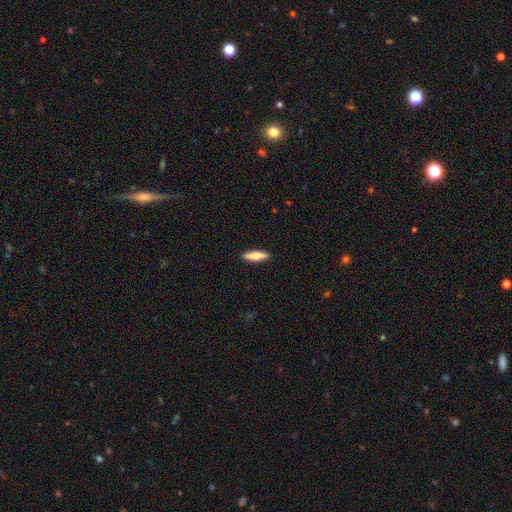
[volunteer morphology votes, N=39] A smooth galaxy with no disk features (54%) that is cigar-shaped (52%). Merging: none (90%).